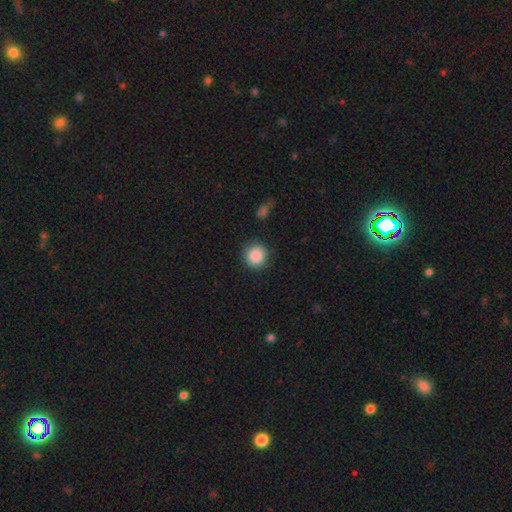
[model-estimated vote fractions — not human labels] Smooth or featured?
  - smooth: 88% *
  - star or artifact: 8%
  - featured or disk: 4%
How rounded?
  - round: 93% *
  - in between: 7%
  - cigar-shaped: 1%
Merging?
  - none: 86% *
  - minor disturbance: 9%
  - major disturbance: 3%
  - merger: 2%